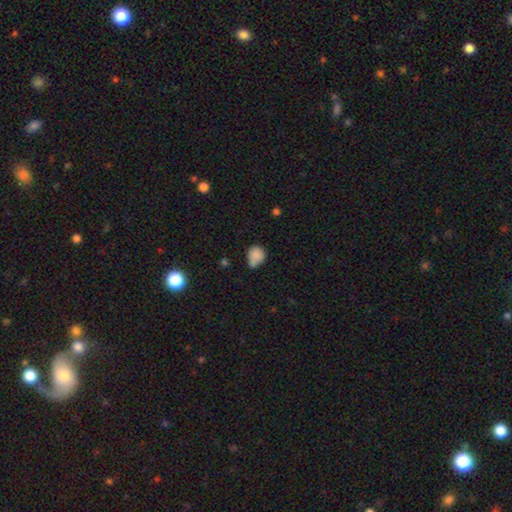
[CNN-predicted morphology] Smooth or featured?
  - smooth: 82% *
  - star or artifact: 11%
  - featured or disk: 7%
How rounded?
  - round: 55% *
  - in between: 43%
  - cigar-shaped: 1%
Merging?
  - none: 43% *
  - minor disturbance: 38%
  - major disturbance: 10%
  - merger: 9%